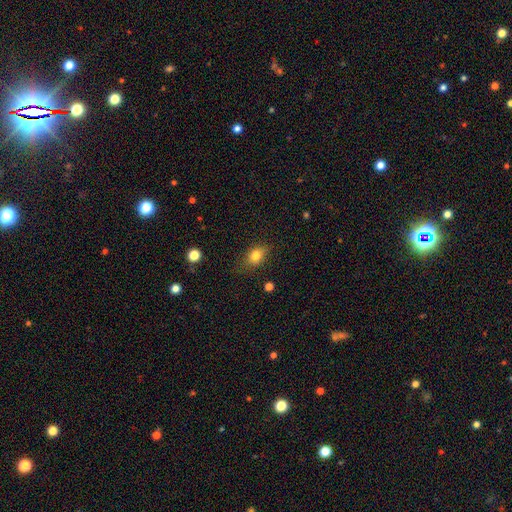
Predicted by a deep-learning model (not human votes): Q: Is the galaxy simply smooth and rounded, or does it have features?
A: smooth — 80%.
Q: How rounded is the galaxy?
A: in between — 67%.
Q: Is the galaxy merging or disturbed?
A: none — 75%.